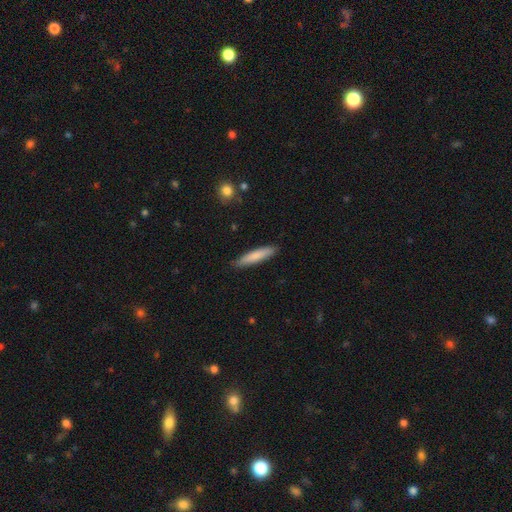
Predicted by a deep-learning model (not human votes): The model was most divided on "smooth or featured": smooth: 80%, featured or disk: 15%, star or artifact: 6%. More confident: merging — none (89%); how rounded — cigar-shaped (87%).